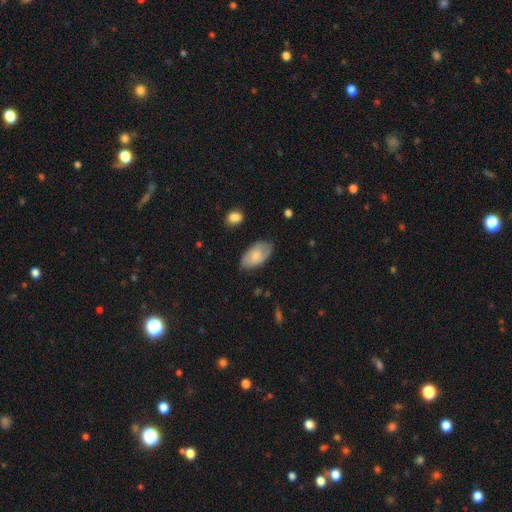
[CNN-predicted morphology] Q: Smooth or featured?
A: smooth (71%); runner-up: featured or disk (23%)
Q: How rounded?
A: in between (94%); runner-up: round (4%)
Q: Merging?
A: none (72%); runner-up: minor disturbance (22%)